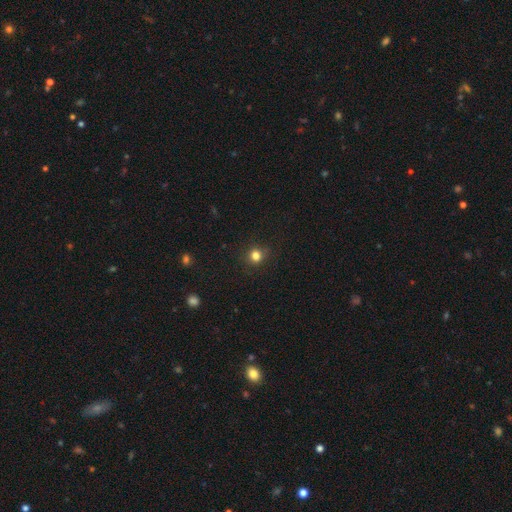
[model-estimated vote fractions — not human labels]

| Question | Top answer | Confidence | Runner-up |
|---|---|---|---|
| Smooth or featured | smooth | 80% | star or artifact (15%) |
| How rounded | round | 89% | in between (10%) |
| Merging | none | 87% | minor disturbance (9%) |